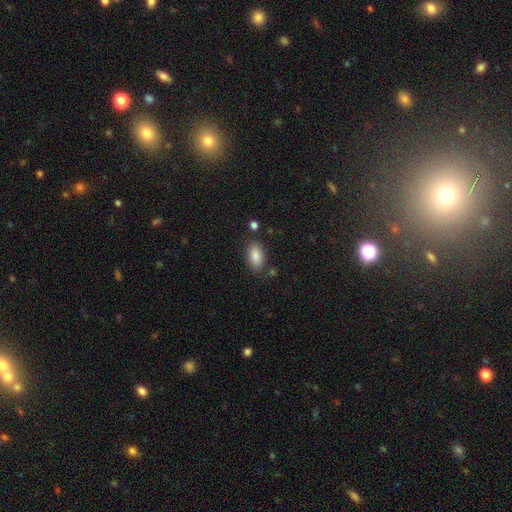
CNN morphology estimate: This is clearly a smooth galaxy (86%). How rounded: clearly in between (92%). Merging: likely none (79%).